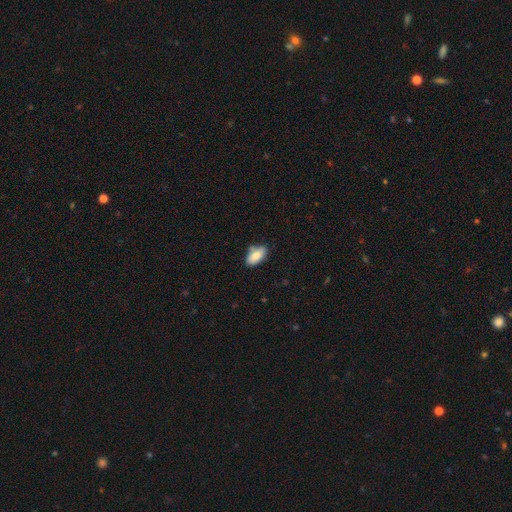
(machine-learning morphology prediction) Smooth or featured? Predicted: smooth (p=0.83). How rounded? Predicted: in between (p=0.92). Merging? Predicted: none (p=0.72).